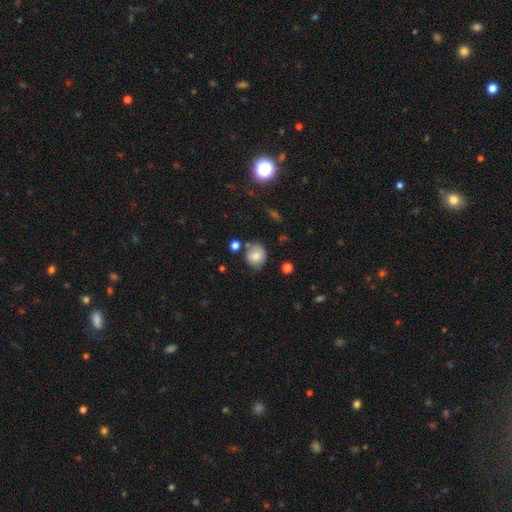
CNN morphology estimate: Smooth or featured? smooth (75%)
How rounded? round (77%)
Merging? none (64%)